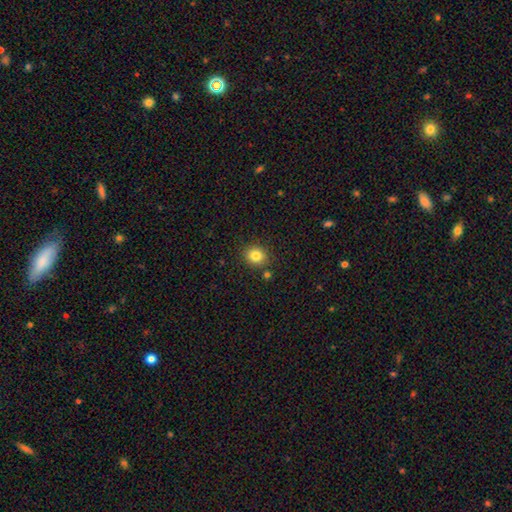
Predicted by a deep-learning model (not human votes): This appears to be a smooth galaxy with no disk features (82%) that is round (76%). Merging: none (85%).